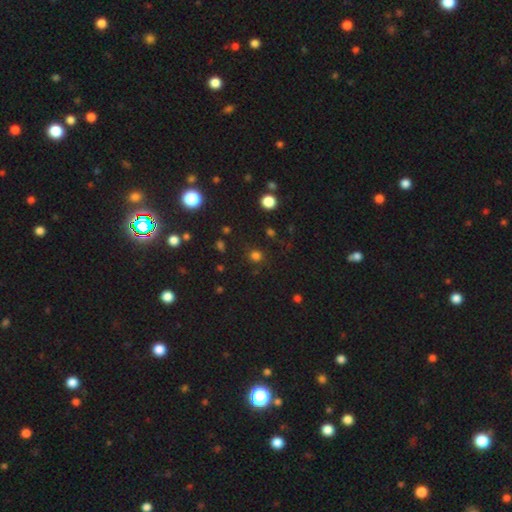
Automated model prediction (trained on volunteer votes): smooth 74%, star or artifact 21%, featured or disk 5%. Down the decision tree: how rounded — round (89%); merging — none (85%).